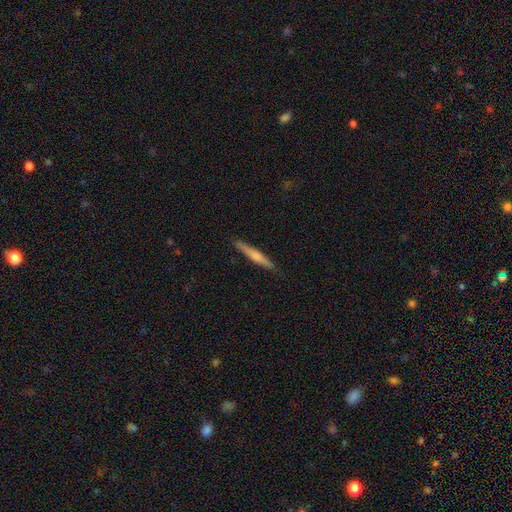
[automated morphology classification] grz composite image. It shows a smooth galaxy with no disk features (57%) that is cigar-shaped (95%). Merging: none (90%).